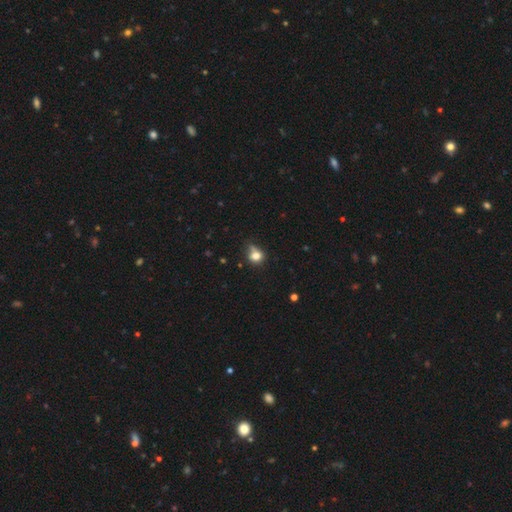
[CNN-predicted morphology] The model was most divided on "merging": none: 45%, minor disturbance: 30%, merger: 13%, major disturbance: 12%. More confident: smooth or featured — smooth (77%); how rounded — round (65%).